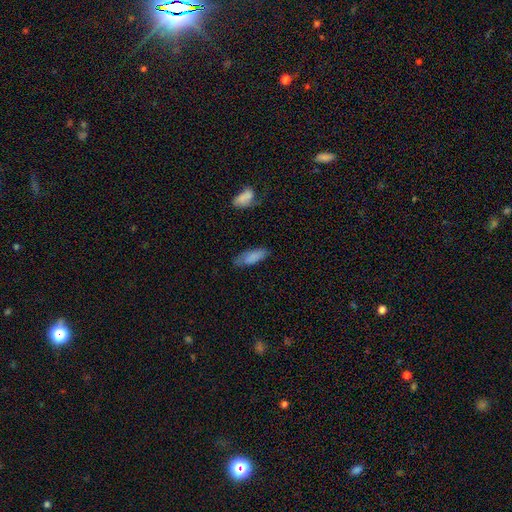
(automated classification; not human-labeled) Smooth or featured? Predicted: smooth (p=0.78). How rounded? Predicted: in between (p=0.66). Merging? Predicted: none (p=0.71).